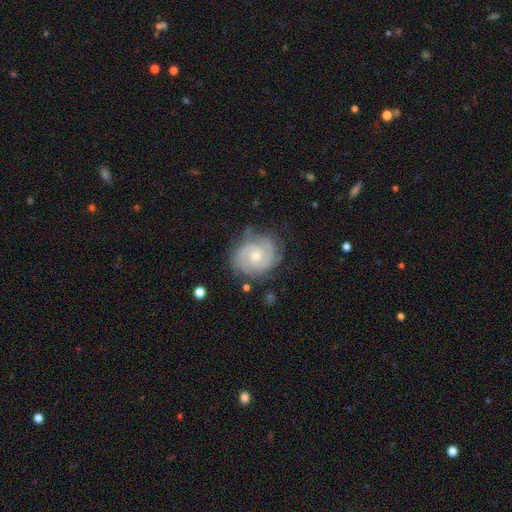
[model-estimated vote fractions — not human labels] This is clearly a featured or disk galaxy (85%). It is clearly not viewed edge-on (98%). Bar: likely no (71%). Spiral arm pattern: clearly yes (96%). Spiral arm count: possibly 2 (47%). Spiral winding: likely tight (66%). Central bulge: possibly small (50%). Merging: likely none (77%).